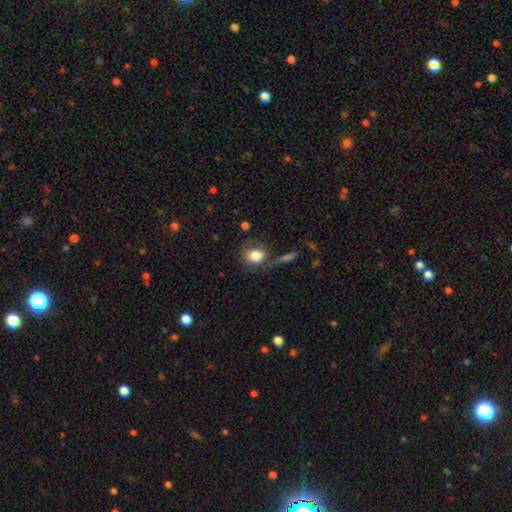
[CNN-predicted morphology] This is clearly a smooth galaxy (80%). How rounded: possibly round (59%). Merging: possibly none (60%).